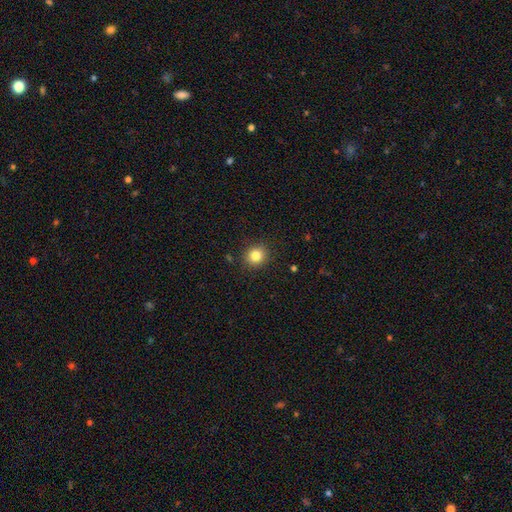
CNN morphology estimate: A smooth galaxy with no disk features (83%) that is round (85%).

Vote fractions:
- Smooth or featured? smooth: 83% / star or artifact: 11% / featured or disk: 6%
- How rounded? round: 85% / in between: 14% / cigar-shaped: 1%
- Merging? none: 90% / minor disturbance: 7% / major disturbance: 2% / merger: 1%